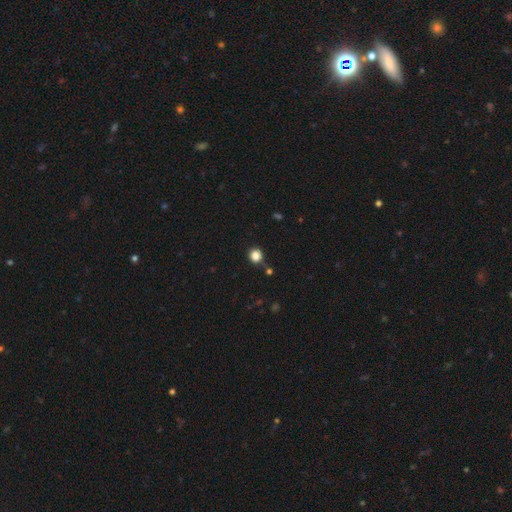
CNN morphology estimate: Smooth or featured? smooth (84%)
How rounded? round (89%)
Merging? none (84%)